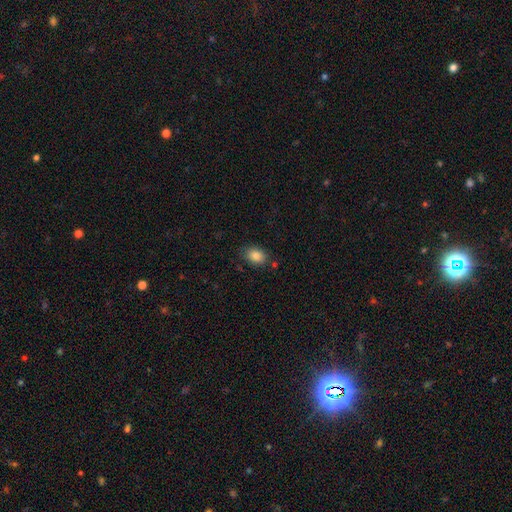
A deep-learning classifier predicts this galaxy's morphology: Q: Smooth or featured?
A: smooth (85%); runner-up: star or artifact (9%)
Q: How rounded?
A: in between (72%); runner-up: round (27%)
Q: Merging?
A: none (80%); runner-up: minor disturbance (13%)